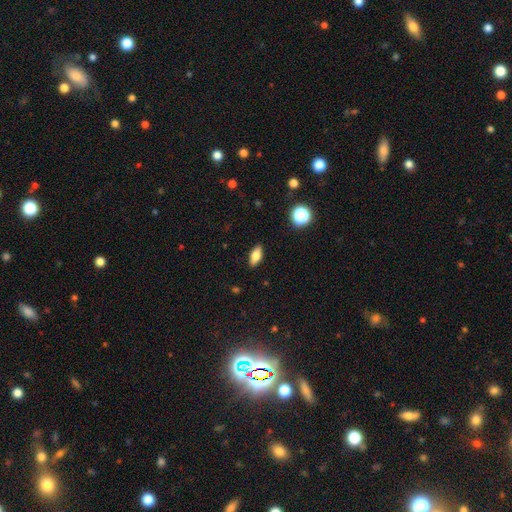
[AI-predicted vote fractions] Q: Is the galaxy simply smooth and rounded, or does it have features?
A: smooth — 71%.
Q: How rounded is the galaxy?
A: in between — 82%.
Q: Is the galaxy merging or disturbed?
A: none — 88%.